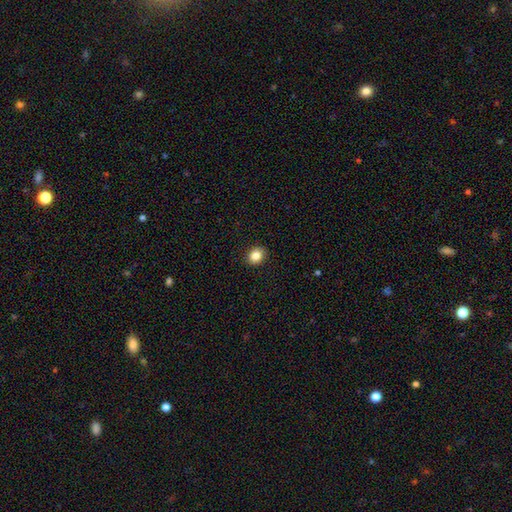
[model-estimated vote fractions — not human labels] A smooth galaxy with no disk features (85%) that is round (64%).

Vote fractions:
- Smooth or featured? smooth: 85% / star or artifact: 10% / featured or disk: 5%
- How rounded? round: 64% / in between: 35% / cigar-shaped: 1%
- Merging? none: 91% / minor disturbance: 6% / major disturbance: 2% / merger: 1%